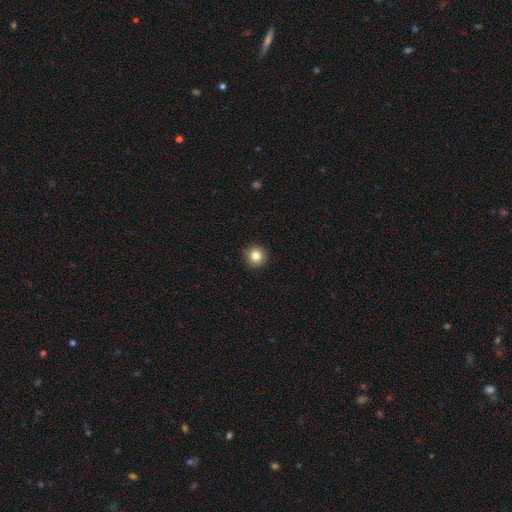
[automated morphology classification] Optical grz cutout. It shows a smooth galaxy with no disk features (84%) that is round (95%). Merging: none (93%).